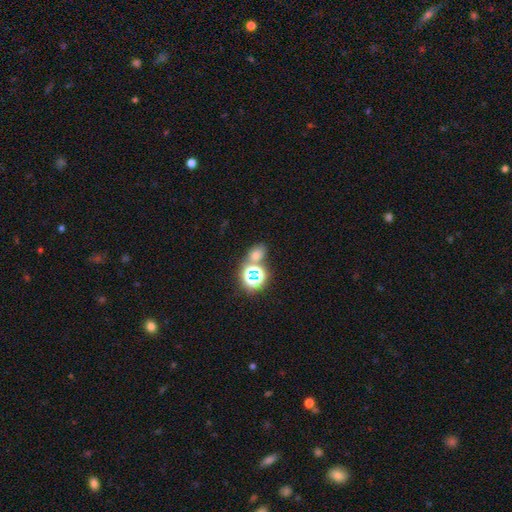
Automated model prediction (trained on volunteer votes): Smooth or featured? Predicted: smooth (p=0.55). How rounded? Predicted: in between (p=0.56). Merging? Predicted: none (p=0.62).